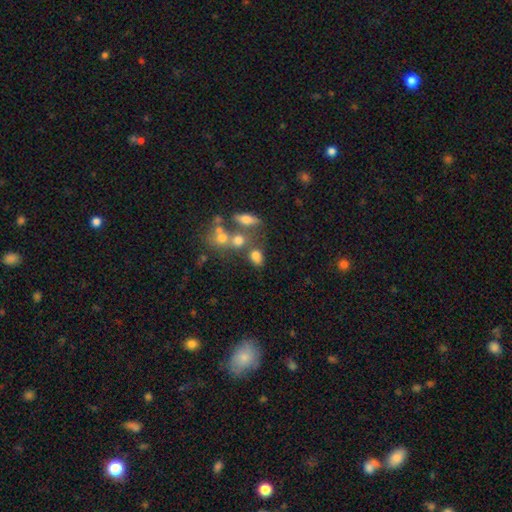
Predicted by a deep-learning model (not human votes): Morphology: type=smooth (72%); roundness=in between (66%); merging=none (48%).